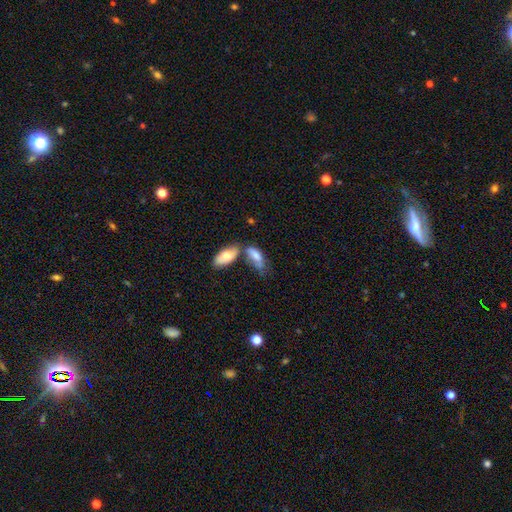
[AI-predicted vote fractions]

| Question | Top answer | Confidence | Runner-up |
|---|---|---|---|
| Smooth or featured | smooth | 75% | featured or disk (19%) |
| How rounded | in between | 80% | cigar-shaped (17%) |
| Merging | merger | 42% | none (27%) |